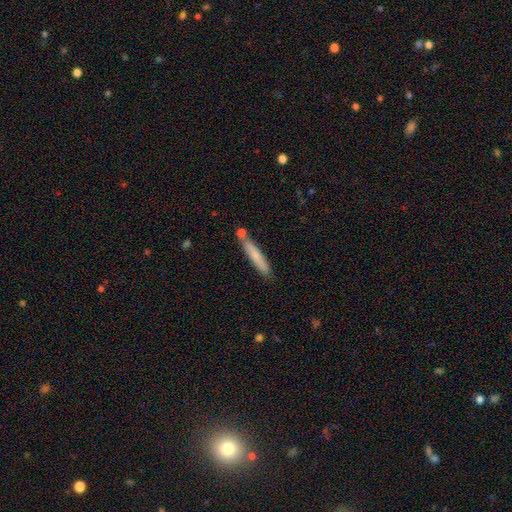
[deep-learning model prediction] The model was most divided on "smooth or featured": smooth: 71%, featured or disk: 23%, star or artifact: 6%. More confident: how rounded — cigar-shaped (93%); merging — none (77%).